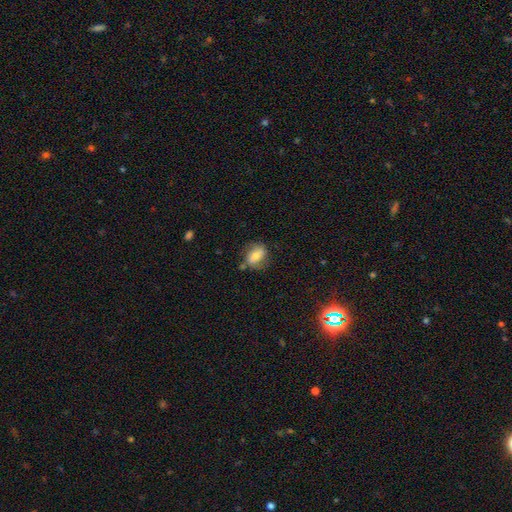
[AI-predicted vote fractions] A smooth galaxy with no disk features (61%) that is in between round and cigar-shaped (72%).

Vote fractions:
- Smooth or featured? smooth: 61% / featured or disk: 30% / star or artifact: 8%
- How rounded? in between: 72% / round: 25% / cigar-shaped: 3%
- Merging? none: 59% / minor disturbance: 25% / major disturbance: 10% / merger: 6%